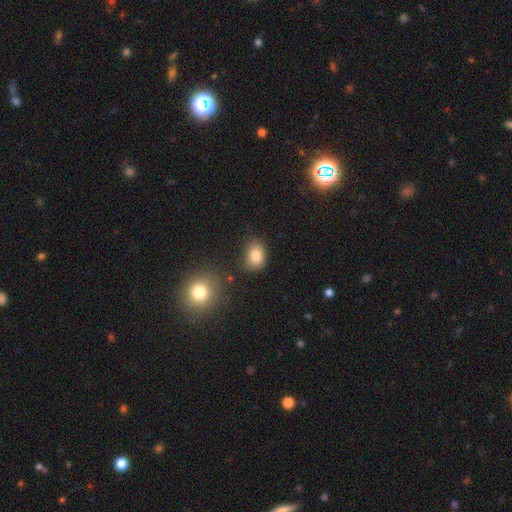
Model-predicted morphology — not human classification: A smooth galaxy with no disk features (82%) that is in between round and cigar-shaped (71%). Merging: none (68%).